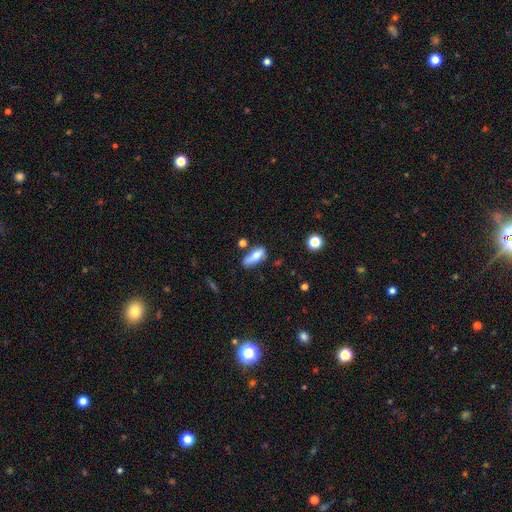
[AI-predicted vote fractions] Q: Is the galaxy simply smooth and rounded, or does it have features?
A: smooth — 76%.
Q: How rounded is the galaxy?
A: in between — 71%.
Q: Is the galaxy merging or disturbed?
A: none — 48%.